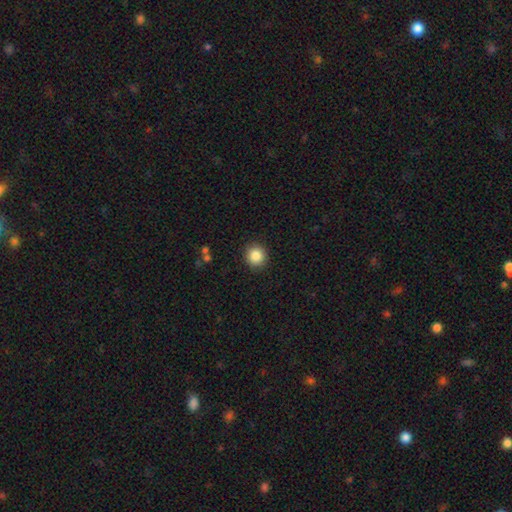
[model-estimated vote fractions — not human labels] A smooth galaxy with no disk features (86%) that is round (91%).

Vote fractions:
- Smooth or featured? smooth: 86% / star or artifact: 9% / featured or disk: 4%
- How rounded? round: 91% / in between: 8% / cigar-shaped: 1%
- Merging? none: 91% / minor disturbance: 6% / major disturbance: 2% / merger: 1%